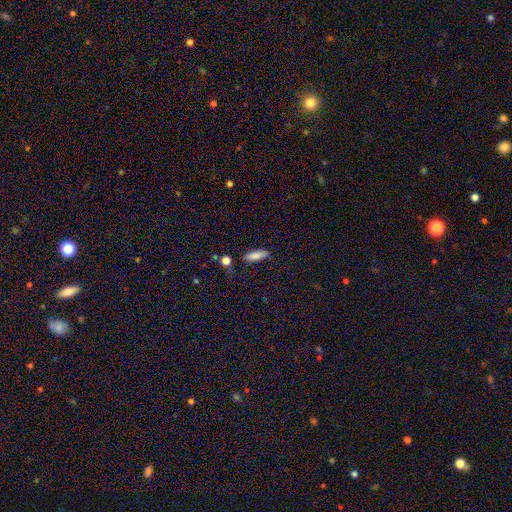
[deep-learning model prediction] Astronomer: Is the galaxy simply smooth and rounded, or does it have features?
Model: smooth — 83%.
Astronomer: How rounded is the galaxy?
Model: cigar-shaped — 50% (runner-up: in between, 47%).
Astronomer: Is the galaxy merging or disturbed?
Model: none — 81%.